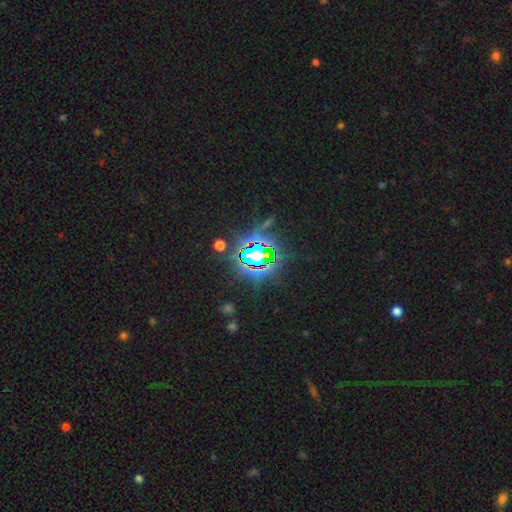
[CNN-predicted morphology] This is likely a star or artifact rather than a galaxy (73%).